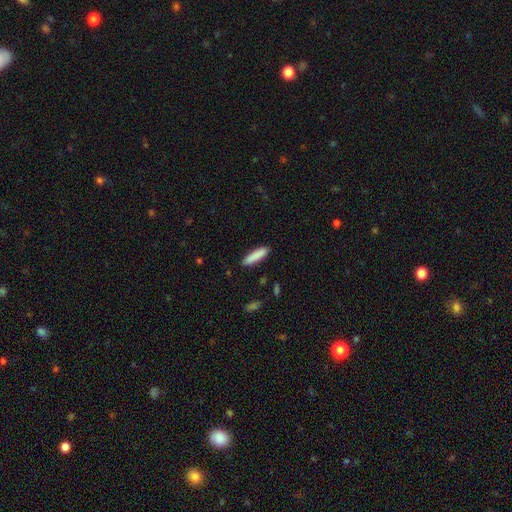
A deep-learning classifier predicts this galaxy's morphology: smooth_or_featured: smooth (p=0.87) [alt: featured or disk p=0.07]
how_rounded: cigar-shaped (p=0.76) [alt: in between p=0.23]
merging: none (p=0.89) [alt: minor disturbance p=0.08]